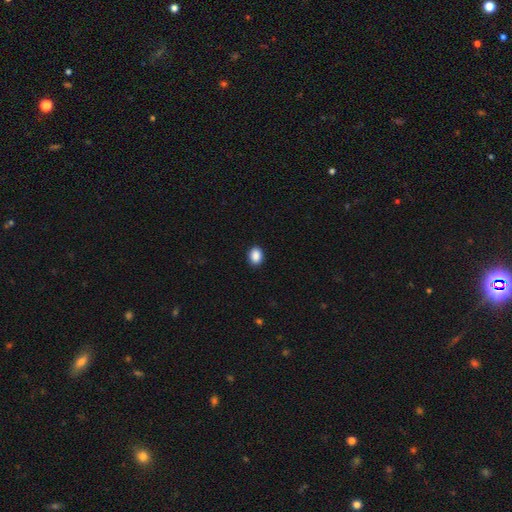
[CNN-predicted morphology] type=smooth (90%); roundness=in between (64%); merging=none (91%).